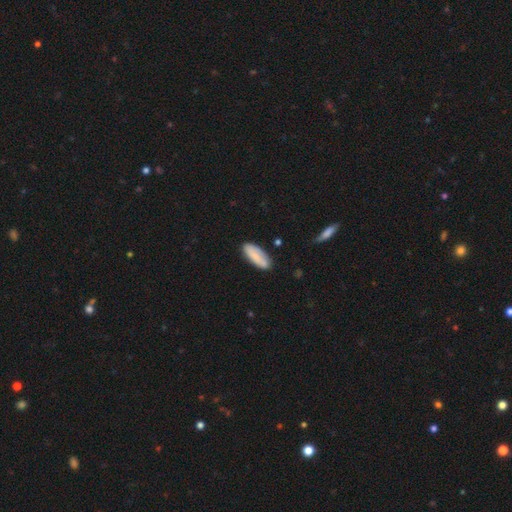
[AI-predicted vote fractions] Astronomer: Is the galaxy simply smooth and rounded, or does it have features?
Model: smooth — 79%.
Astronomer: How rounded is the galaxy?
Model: in between — 72%.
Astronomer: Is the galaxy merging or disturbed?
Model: none — 79%.